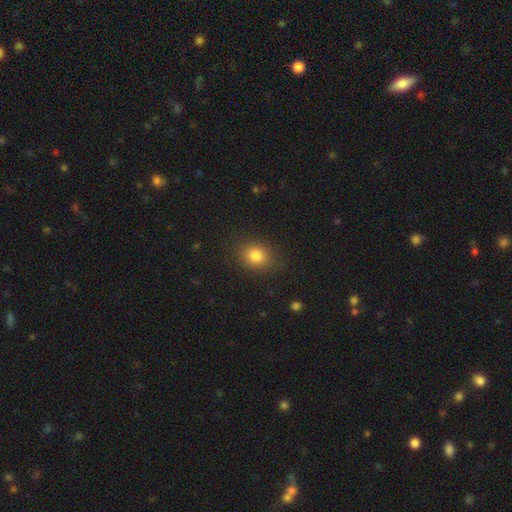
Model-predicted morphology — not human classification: Smooth or featured: smooth — 82% (star or artifact — 11%)
How rounded: round — 61% (in between — 38%)
Merging: none — 86% (minor disturbance — 10%)